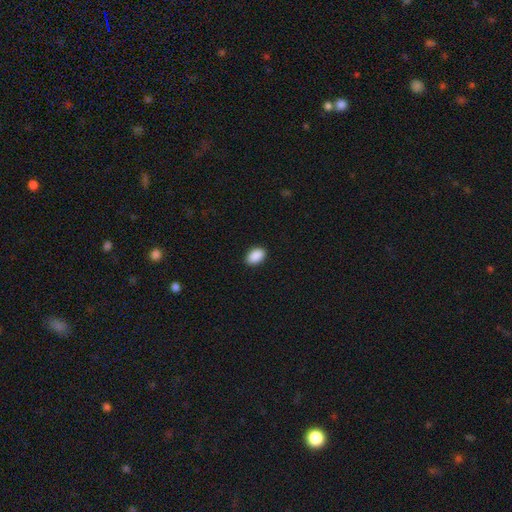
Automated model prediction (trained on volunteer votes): Q: Smooth or featured?
A: smooth (91%); runner-up: star or artifact (7%)
Q: How rounded?
A: in between (89%); runner-up: round (10%)
Q: Merging?
A: none (90%); runner-up: minor disturbance (7%)